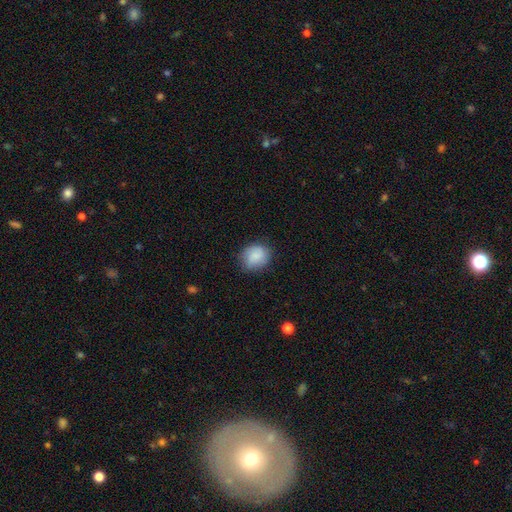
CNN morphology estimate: Q: Smooth or featured?
A: smooth (82%); runner-up: featured or disk (11%)
Q: How rounded?
A: round (67%); runner-up: in between (32%)
Q: Merging?
A: none (80%); runner-up: minor disturbance (15%)